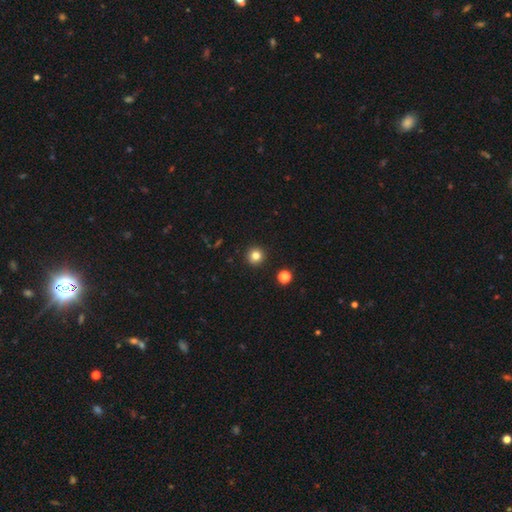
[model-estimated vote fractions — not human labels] Q: Smooth or featured?
A: smooth (81%); runner-up: star or artifact (13%)
Q: How rounded?
A: round (95%); runner-up: in between (4%)
Q: Merging?
A: none (93%); runner-up: minor disturbance (4%)